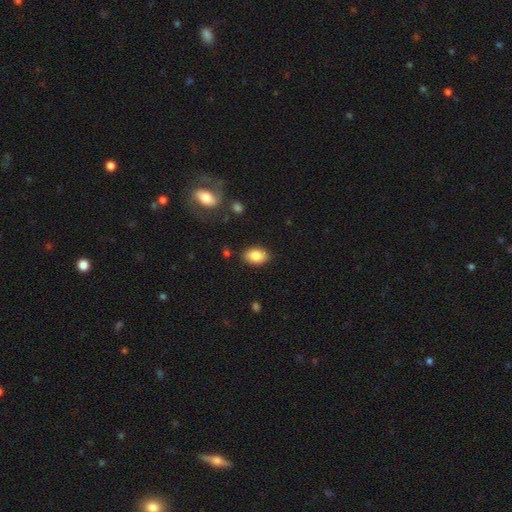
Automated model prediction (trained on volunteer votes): Q: Smooth or featured?
A: smooth (84%); runner-up: featured or disk (8%)
Q: How rounded?
A: in between (87%); runner-up: round (12%)
Q: Merging?
A: none (85%); runner-up: minor disturbance (11%)